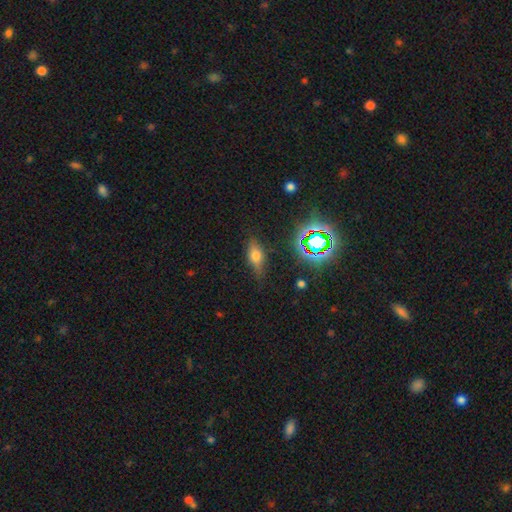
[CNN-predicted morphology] Smooth or featured? Predicted: smooth (p=0.51). How rounded? Predicted: in between (p=0.73). Merging? Predicted: none (p=0.76).